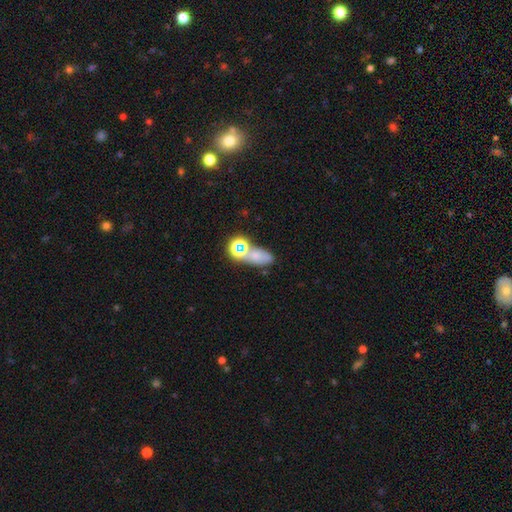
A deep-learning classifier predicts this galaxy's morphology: A smooth galaxy with no disk features (55%) that is in between round and cigar-shaped (77%).

Vote fractions:
- Smooth or featured? smooth: 55% / star or artifact: 26% / featured or disk: 19%
- How rounded? in between: 77% / round: 16% / cigar-shaped: 7%
- Merging? none: 45% / merger: 29% / minor disturbance: 17% / major disturbance: 10%